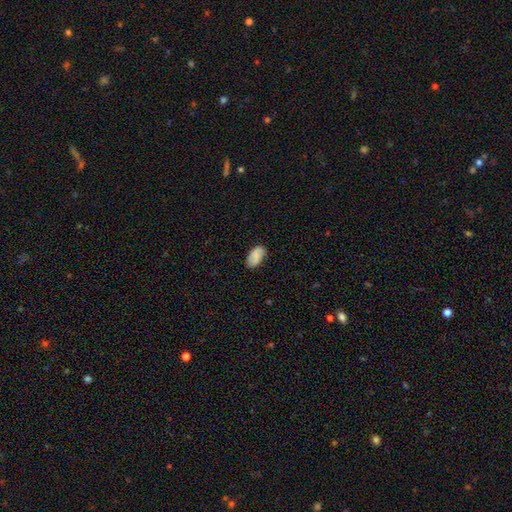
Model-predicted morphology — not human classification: Q: Smooth or featured?
A: smooth (79%); runner-up: featured or disk (14%)
Q: How rounded?
A: in between (94%); runner-up: round (3%)
Q: Merging?
A: none (80%); runner-up: minor disturbance (16%)